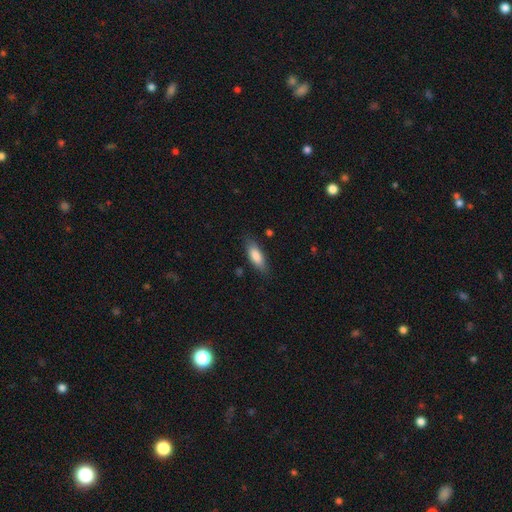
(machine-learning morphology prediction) Q: Smooth or featured?
A: smooth (83%); runner-up: featured or disk (11%)
Q: How rounded?
A: in between (68%); runner-up: cigar-shaped (31%)
Q: Merging?
A: none (80%); runner-up: minor disturbance (15%)